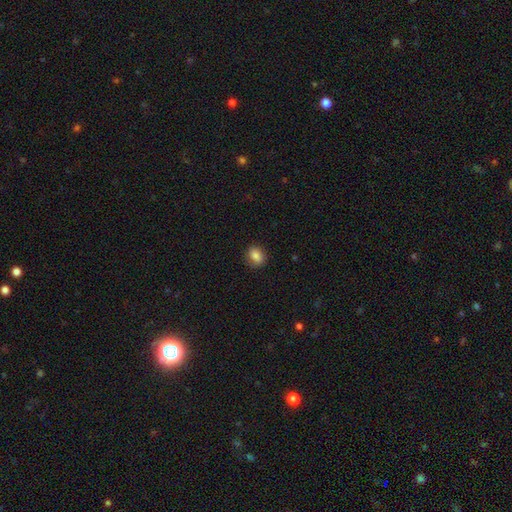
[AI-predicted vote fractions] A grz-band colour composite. It shows a smooth galaxy with no disk features (84%) that is in between round and cigar-shaped (56%). Merging: none (85%).